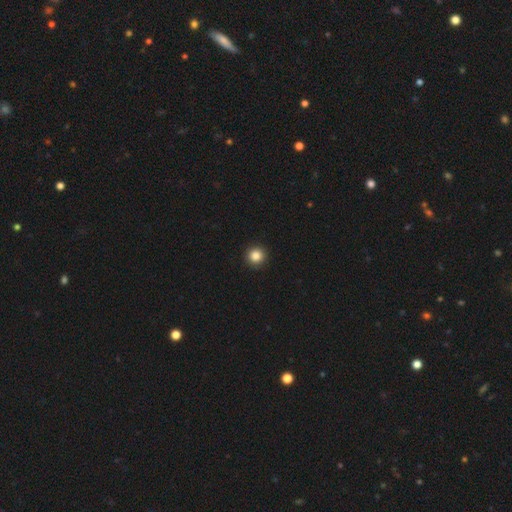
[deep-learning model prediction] Smooth or featured?
  - smooth: 85% *
  - star or artifact: 11%
  - featured or disk: 4%
How rounded?
  - round: 95% *
  - in between: 4%
  - cigar-shaped: 1%
Merging?
  - none: 93% *
  - minor disturbance: 4%
  - major disturbance: 1%
  - merger: 1%